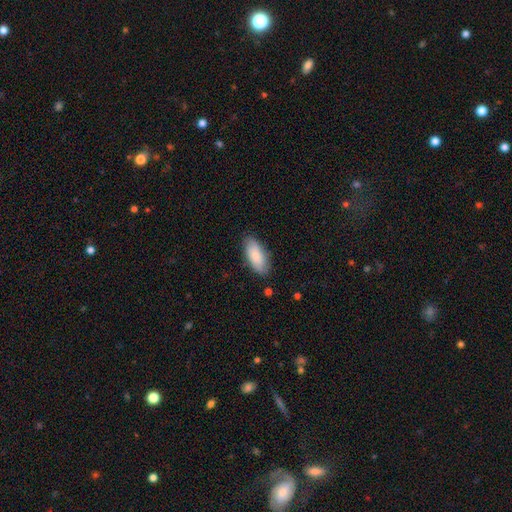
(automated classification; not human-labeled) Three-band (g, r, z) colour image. It shows a smooth galaxy with no disk features (81%) that is in between round and cigar-shaped (87%). Merging: none (81%).